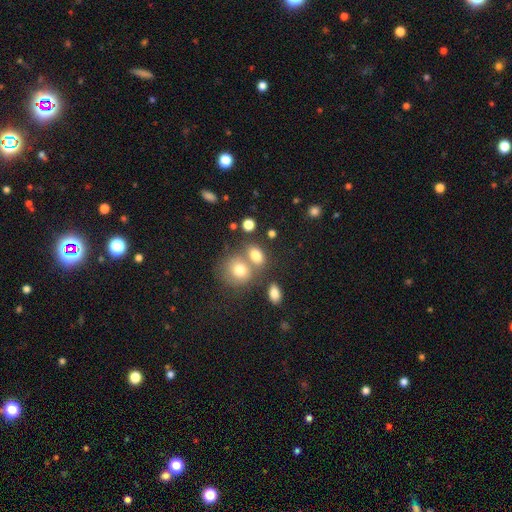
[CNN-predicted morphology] Q: Smooth or featured?
A: smooth (77%); runner-up: featured or disk (12%)
Q: How rounded?
A: in between (64%); runner-up: round (34%)
Q: Merging?
A: none (45%); runner-up: merger (39%)